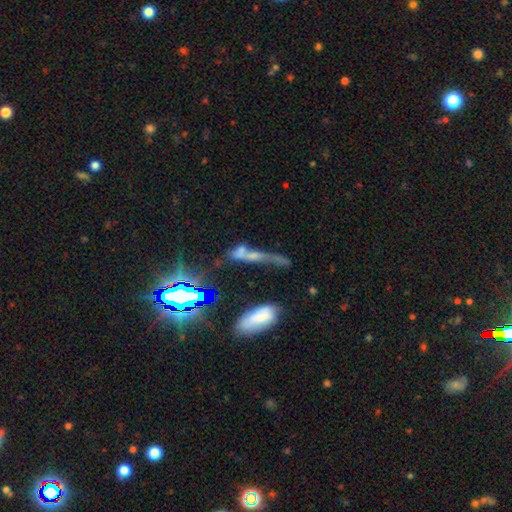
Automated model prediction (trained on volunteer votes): Smooth or featured? star or artifact (45%)